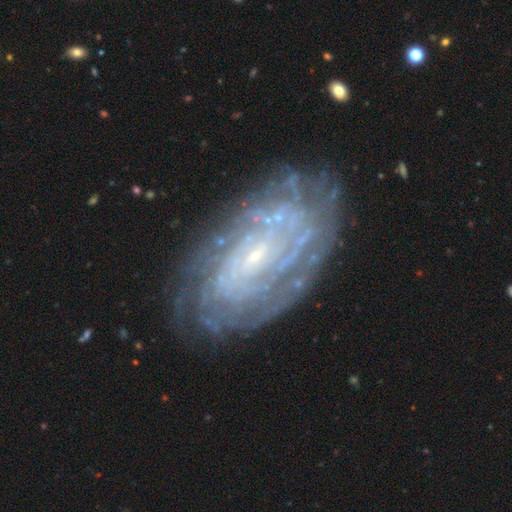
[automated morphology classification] featured or disk 84%, smooth 9%, star or artifact 7%. Down the decision tree: edge-on disk — no (95%); bar — no (59%); spiral arms — yes (93%); spiral arm count — can't tell (44%); spiral winding — tight (81%); bulge size — small (84%); merging — none (77%).